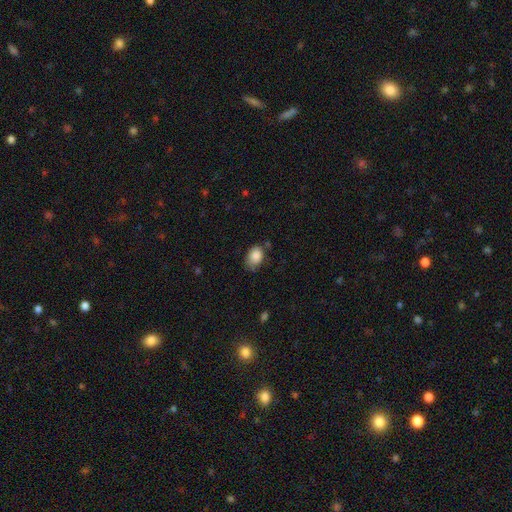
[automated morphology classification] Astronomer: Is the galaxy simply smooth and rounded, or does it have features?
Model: smooth — 87%.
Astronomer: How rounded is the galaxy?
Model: in between — 80%.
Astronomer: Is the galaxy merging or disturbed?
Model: none — 57% (runner-up: minor disturbance, 33%).